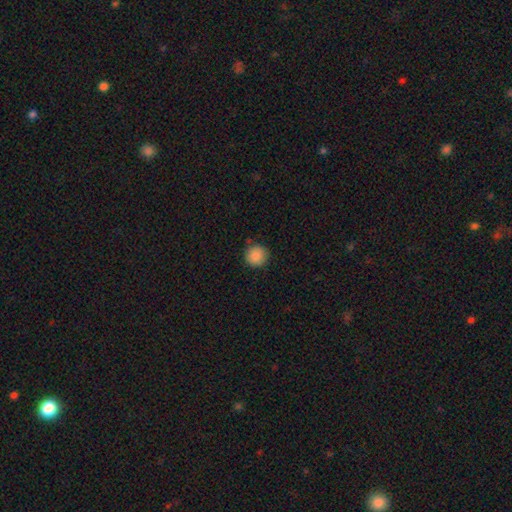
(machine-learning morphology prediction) Smooth or featured?
  - smooth: 88% *
  - star or artifact: 8%
  - featured or disk: 3%
How rounded?
  - round: 94% *
  - in between: 5%
  - cigar-shaped: 1%
Merging?
  - none: 86% *
  - minor disturbance: 10%
  - major disturbance: 2%
  - merger: 2%